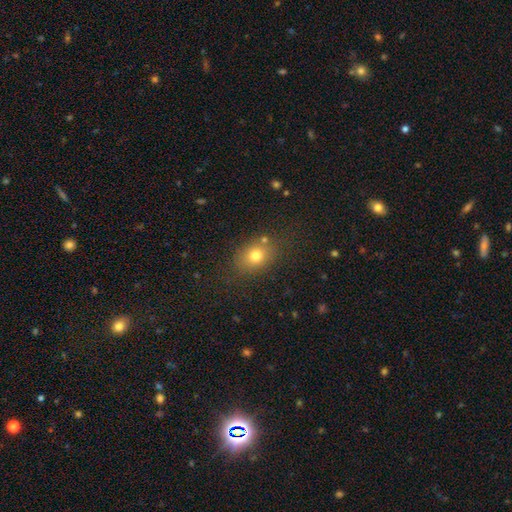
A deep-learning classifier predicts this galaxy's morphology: Smooth or featured: smooth — 75% (star or artifact — 14%)
How rounded: in between — 58% (round — 41%)
Merging: none — 76% (minor disturbance — 14%)